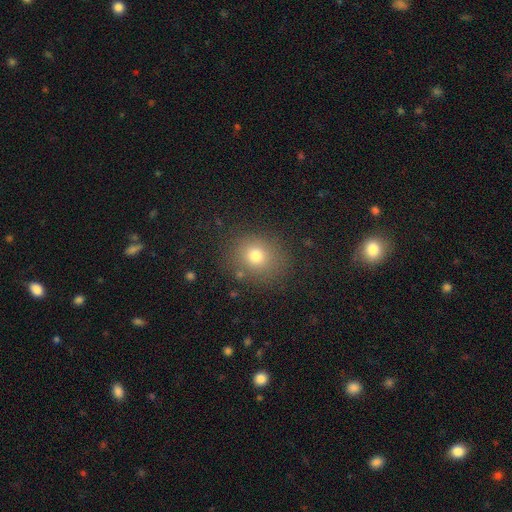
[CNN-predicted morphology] Smooth or featured? Predicted: smooth (p=0.74). How rounded? Predicted: round (p=0.72). Merging? Predicted: none (p=0.83).